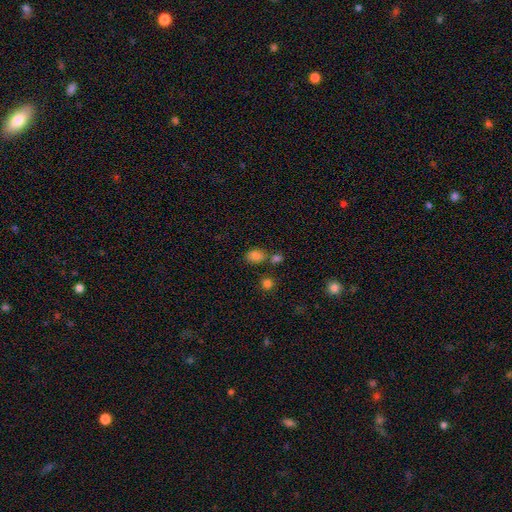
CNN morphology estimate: Q: Smooth or featured?
A: smooth (81%); runner-up: star or artifact (12%)
Q: How rounded?
A: in between (70%); runner-up: round (29%)
Q: Merging?
A: none (65%); runner-up: merger (17%)